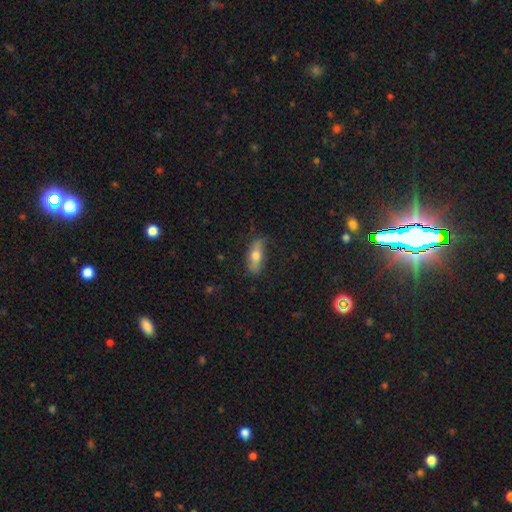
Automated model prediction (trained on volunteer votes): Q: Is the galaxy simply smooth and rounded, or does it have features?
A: smooth — 61%.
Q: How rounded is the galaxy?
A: in between — 60%.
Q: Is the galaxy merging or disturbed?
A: none — 76%.